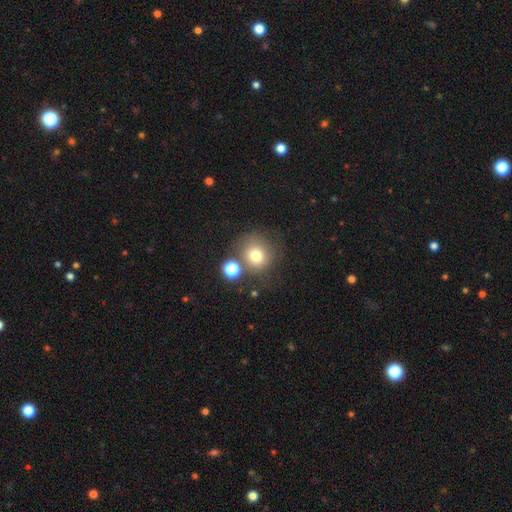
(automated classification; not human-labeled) A smooth galaxy with no disk features (75%) that is round (87%). Merging: none (61%).